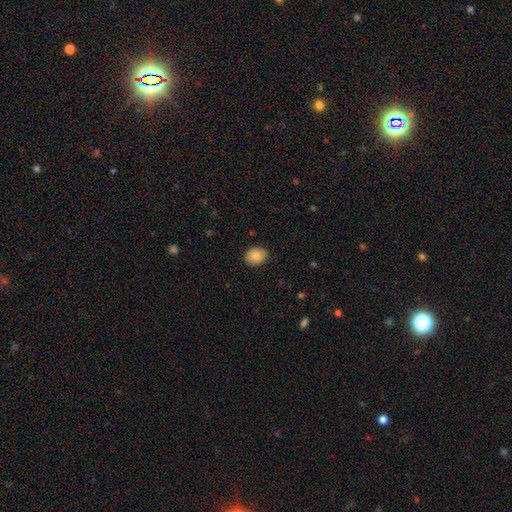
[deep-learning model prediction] Smooth or featured: smooth — 84% (featured or disk — 9%)
How rounded: in between — 59% (round — 40%)
Merging: none — 85% (minor disturbance — 12%)